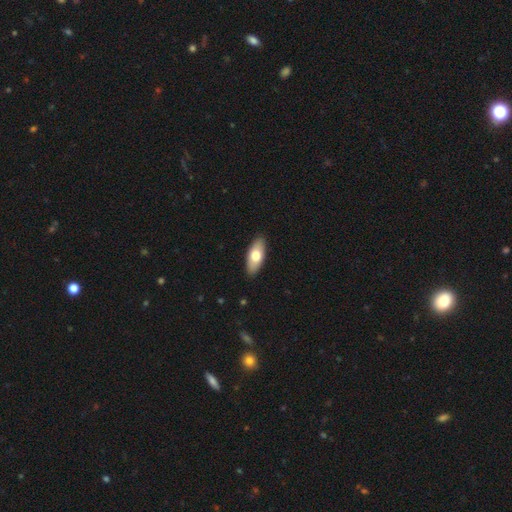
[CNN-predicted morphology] smooth_or_featured: smooth (p=0.70) [alt: featured or disk p=0.25]
how_rounded: in between (p=0.82) [alt: cigar-shaped p=0.15]
merging: none (p=0.89) [alt: minor disturbance p=0.08]